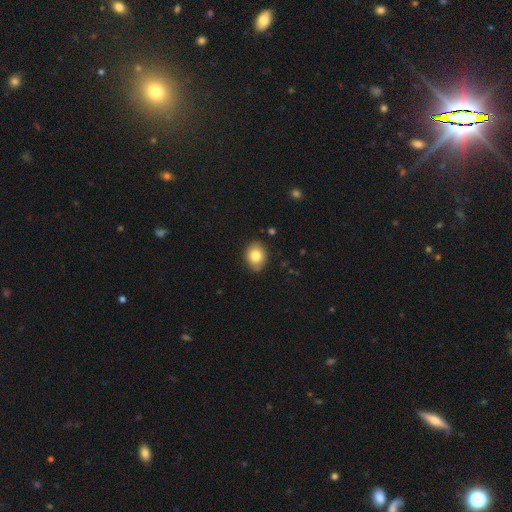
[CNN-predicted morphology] A smooth galaxy with no disk features (80%) that is in between round and cigar-shaped (54%). Merging: none (81%).